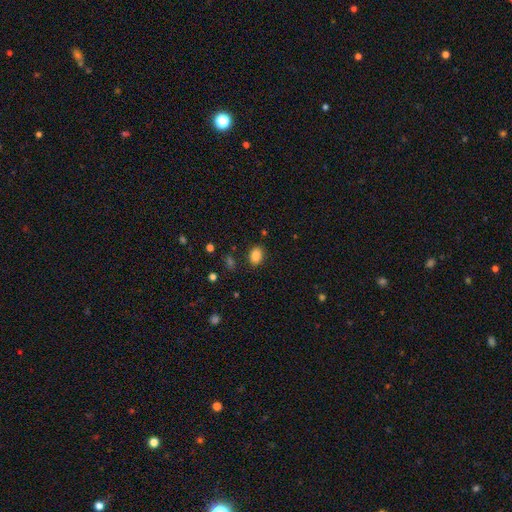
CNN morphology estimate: A smooth galaxy with no disk features (86%) that is in between round and cigar-shaped (78%).

Vote fractions:
- Smooth or featured? smooth: 86% / star or artifact: 10% / featured or disk: 4%
- How rounded? in between: 78% / round: 21% / cigar-shaped: 1%
- Merging? none: 85% / minor disturbance: 10% / major disturbance: 3% / merger: 2%